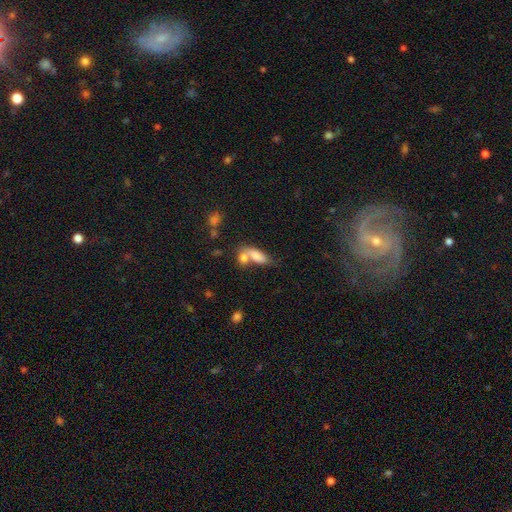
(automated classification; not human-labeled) This is likely a smooth galaxy (77%). How rounded: likely in between (78%). Merging: possibly merger (55%).